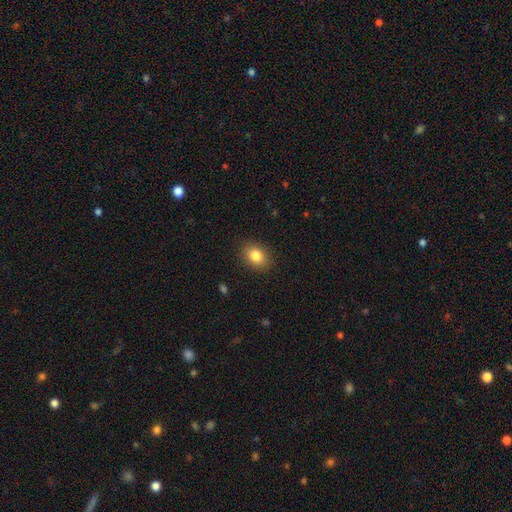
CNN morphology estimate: smooth_or_featured: smooth (p=0.84) [alt: star or artifact p=0.09]
how_rounded: in between (p=0.64) [alt: round p=0.35]
merging: none (p=0.88) [alt: minor disturbance p=0.08]